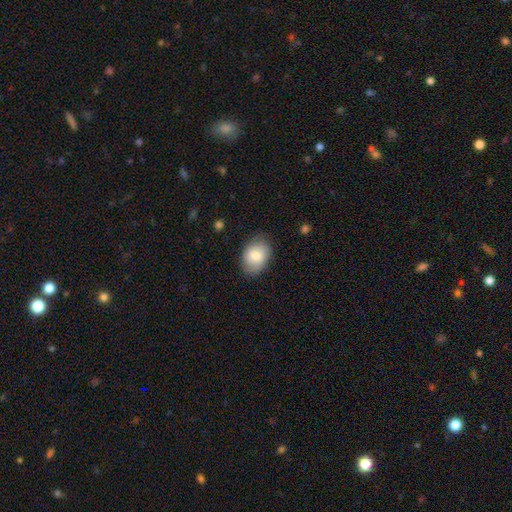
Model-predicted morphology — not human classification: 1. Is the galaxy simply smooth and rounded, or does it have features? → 80% smooth, 14% featured or disk, 7% star or artifact.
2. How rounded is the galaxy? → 77% in between, 22% round, 1% cigar-shaped.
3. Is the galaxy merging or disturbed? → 80% none, 16% minor disturbance, 4% major disturbance, 1% merger.